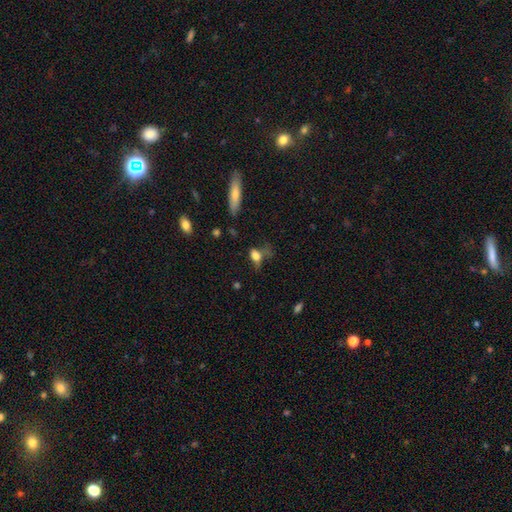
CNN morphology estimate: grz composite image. It shows a smooth galaxy with no disk features (68%) that is in between round and cigar-shaped (71%). Merging: none (36%).